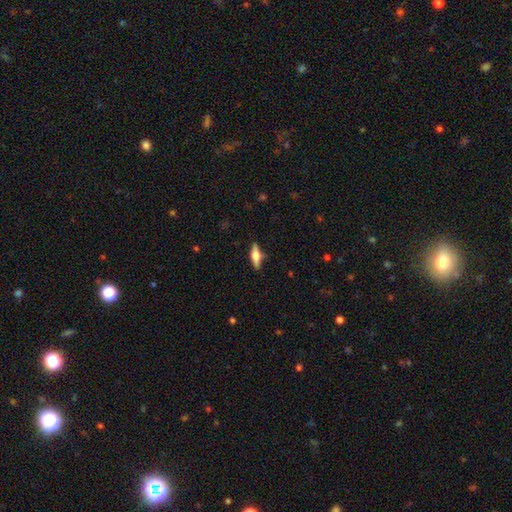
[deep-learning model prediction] featured or disk 56%, smooth 37%, star or artifact 6%. Down the decision tree: edge-on disk — yes (95%); edge-on bulge — rounded (92%); merging — none (87%).